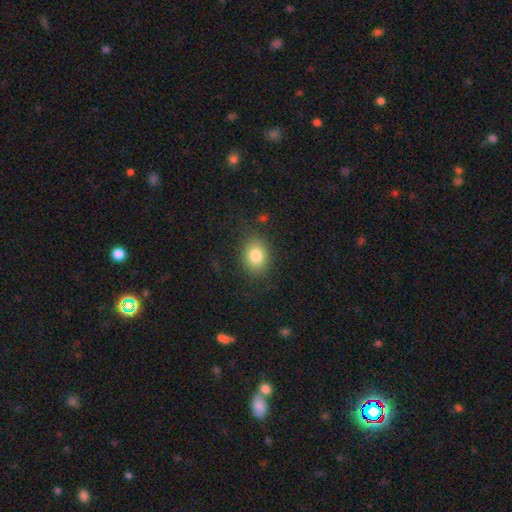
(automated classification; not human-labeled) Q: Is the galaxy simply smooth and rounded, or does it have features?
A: smooth — 81%.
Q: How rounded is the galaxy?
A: in between — 59%.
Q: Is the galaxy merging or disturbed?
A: none — 79%.